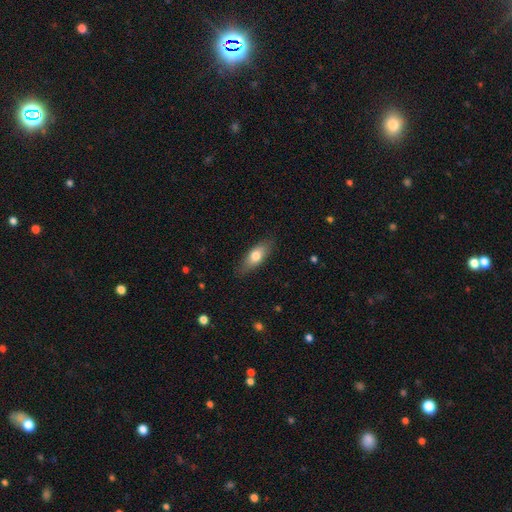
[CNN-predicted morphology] This appears to be a smooth galaxy with no disk features (71%) that is in between round and cigar-shaped (70%). Merging: none (83%).